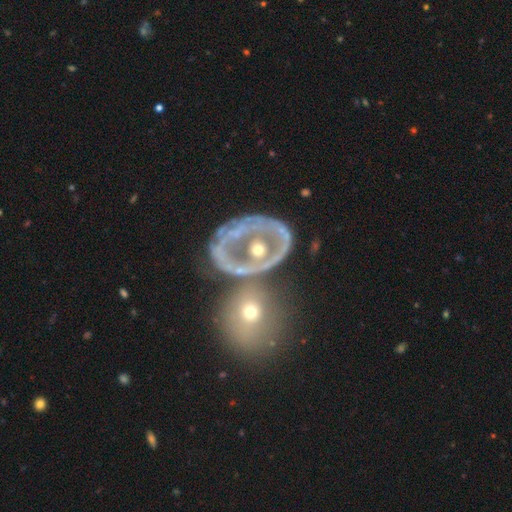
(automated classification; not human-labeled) A featured or disk galaxy (63%) with no bar (76%), no spiral arms (59%) and a moderate central bulge (46%).

Vote fractions:
- Smooth or featured? featured or disk: 63% / smooth: 22% / star or artifact: 15%
- Edge-on disk? no: 92% / yes: 8%
- Bar? no: 76% / weak: 15% / strong: 9%
- Spiral arms? no: 59% / yes: 41%
- Bulge size? moderate: 46% / small: 43% / large: 4% / none: 4% / dominant: 3%
- Merging? merger: 40% / none: 38% / minor disturbance: 12% / major disturbance: 10%